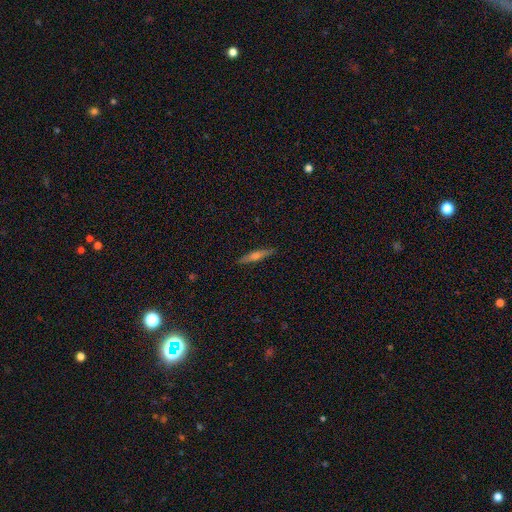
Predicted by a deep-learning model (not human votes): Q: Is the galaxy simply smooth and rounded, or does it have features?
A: featured or disk — 53%.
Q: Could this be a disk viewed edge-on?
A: yes — 96%.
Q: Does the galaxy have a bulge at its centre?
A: rounded — 79%.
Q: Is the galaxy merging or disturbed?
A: none — 90%.